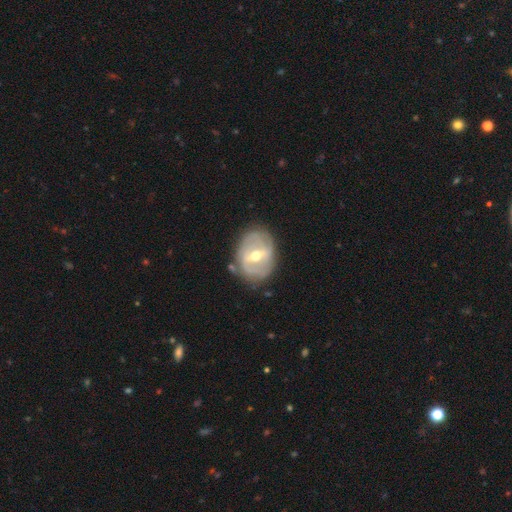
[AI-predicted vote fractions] Smooth or featured? Predicted: featured or disk (p=0.78). Edge-on disk? Predicted: no (p=0.95). Bar? Predicted: strong (p=0.52). Spiral arms? Predicted: yes (p=0.67). Bulge size? Predicted: moderate (p=0.72). Merging? Predicted: none (p=0.74).